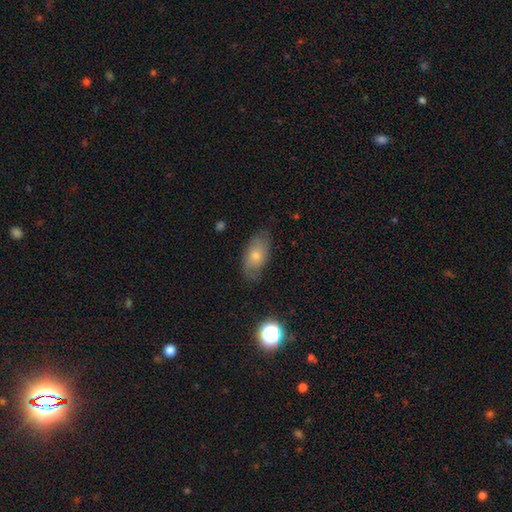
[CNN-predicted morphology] A smooth galaxy with no disk features (59%) that is in between round and cigar-shaped (88%).

Vote fractions:
- Smooth or featured? smooth: 59% / featured or disk: 29% / star or artifact: 11%
- How rounded? in between: 88% / round: 8% / cigar-shaped: 4%
- Merging? none: 74% / minor disturbance: 20% / major disturbance: 5% / merger: 1%